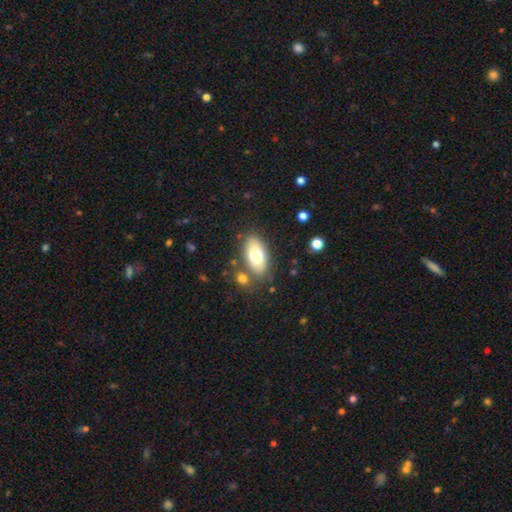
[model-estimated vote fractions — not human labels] This appears to be a smooth galaxy with no disk features (73%) that is in between round and cigar-shaped (91%). Merging: none (77%).